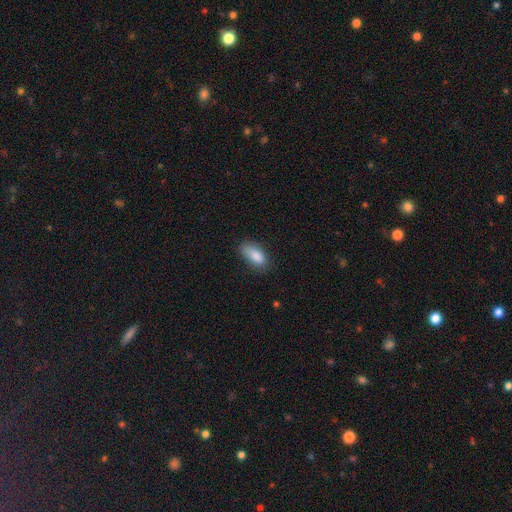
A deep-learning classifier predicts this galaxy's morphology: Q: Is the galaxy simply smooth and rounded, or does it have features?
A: smooth — 86%.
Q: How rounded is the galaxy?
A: in between — 86%.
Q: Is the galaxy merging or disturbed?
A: none — 71%.